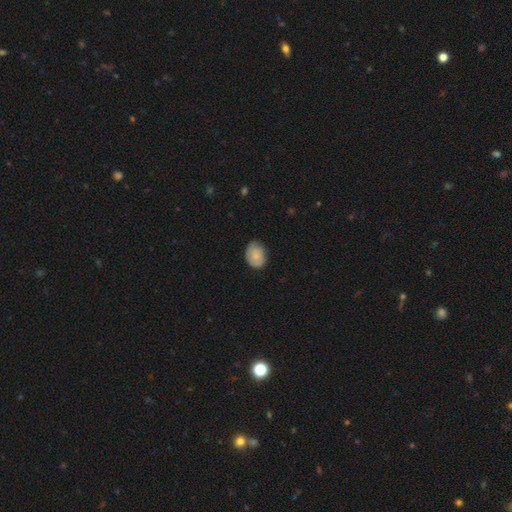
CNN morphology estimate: The model was most divided on "how rounded": in between: 66%, round: 33%, cigar-shaped: 1%. More confident: merging — none (73%); smooth or featured — smooth (72%).